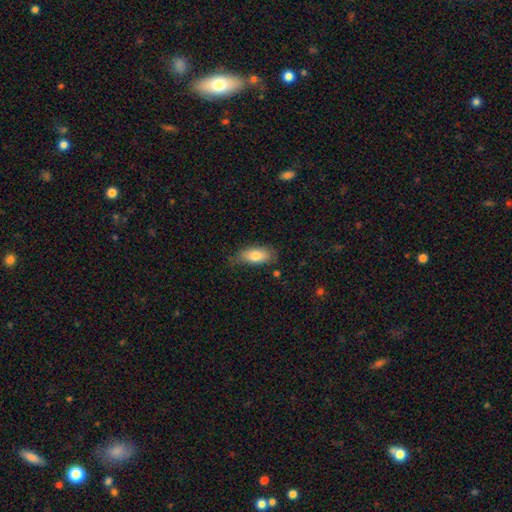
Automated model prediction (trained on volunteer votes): Morphology: type=smooth (79%); roundness=in between (87%); merging=none (62%).